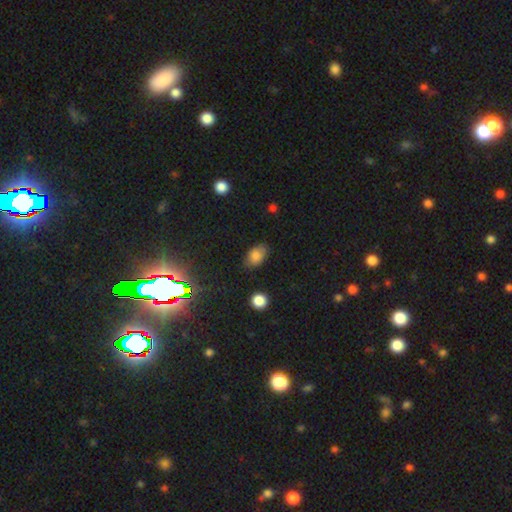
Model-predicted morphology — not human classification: smooth 79%, star or artifact 11%, featured or disk 10%. Down the decision tree: how rounded — in between (87%); merging — none (77%).